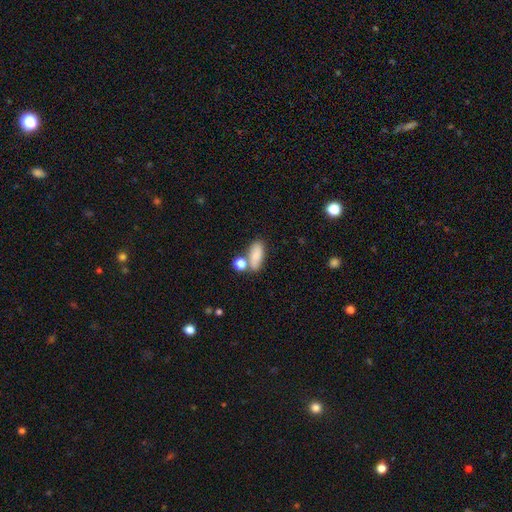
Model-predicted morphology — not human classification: Overall: smooth (83%). How rounded: in between (79%). Merging: none (58%; merger 22%).